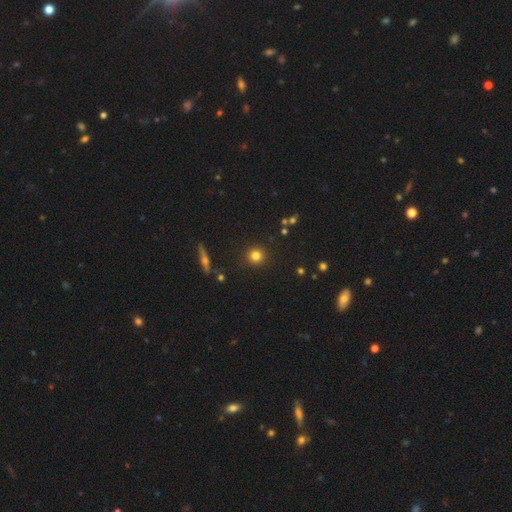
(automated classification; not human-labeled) Smooth or featured? smooth (79%)
How rounded? round (94%)
Merging? none (91%)